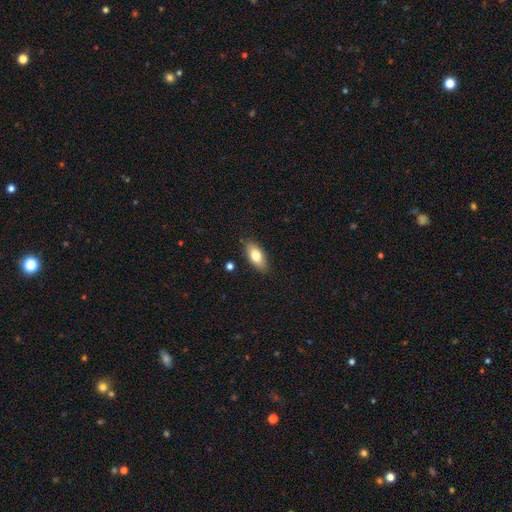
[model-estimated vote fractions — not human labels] Q: Smooth or featured?
A: smooth (76%); runner-up: featured or disk (17%)
Q: How rounded?
A: in between (85%); runner-up: cigar-shaped (11%)
Q: Merging?
A: none (85%); runner-up: minor disturbance (11%)